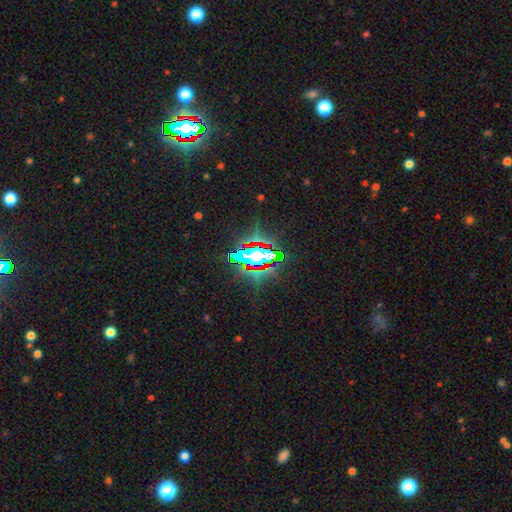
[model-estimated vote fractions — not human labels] A star or artifact, not a galaxy (66%).